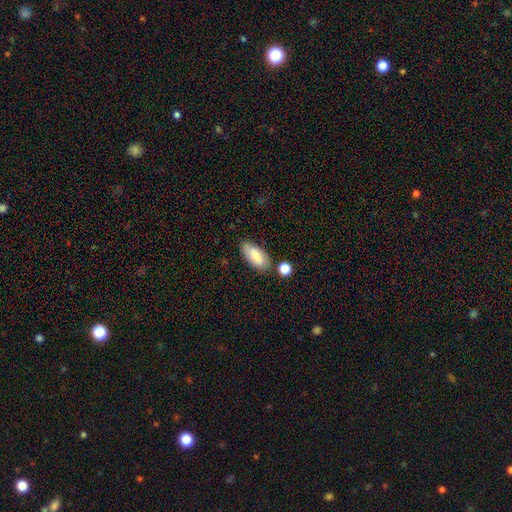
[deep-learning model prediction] Smooth or featured? Predicted: smooth (p=0.75). How rounded? Predicted: in between (p=0.89). Merging? Predicted: none (p=0.73).